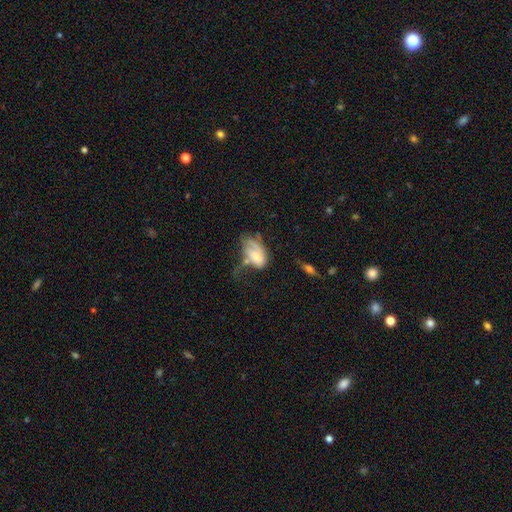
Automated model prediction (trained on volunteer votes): Q: Smooth or featured?
A: smooth (52%); runner-up: featured or disk (39%)
Q: How rounded?
A: in between (90%); runner-up: round (7%)
Q: Merging?
A: major disturbance (40%); runner-up: minor disturbance (22%)